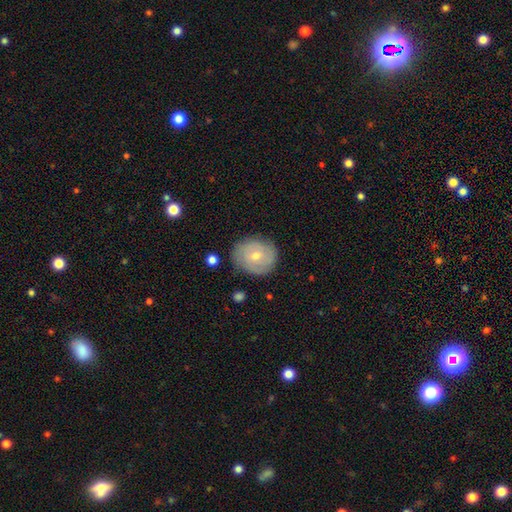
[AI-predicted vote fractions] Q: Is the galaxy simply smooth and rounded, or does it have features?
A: featured or disk — 54%.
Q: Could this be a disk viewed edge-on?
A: no — 96%.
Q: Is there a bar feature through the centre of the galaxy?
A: no — 73%.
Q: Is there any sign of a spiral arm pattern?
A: yes — 69%.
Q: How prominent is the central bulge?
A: small — 52%.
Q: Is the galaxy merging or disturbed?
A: none — 81%.